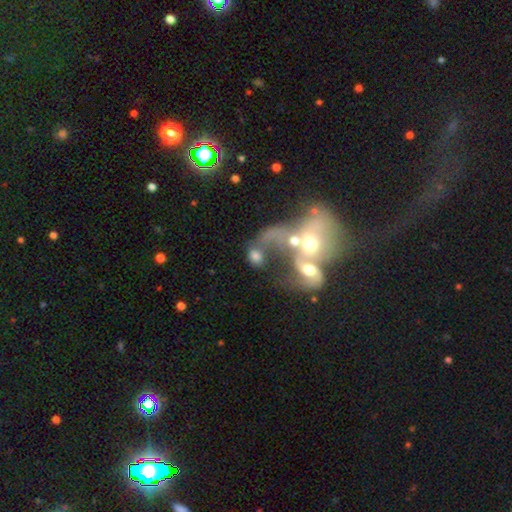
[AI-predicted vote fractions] Morphology: type=smooth (50%); roundness=in between (61%); merging=merger (66%).